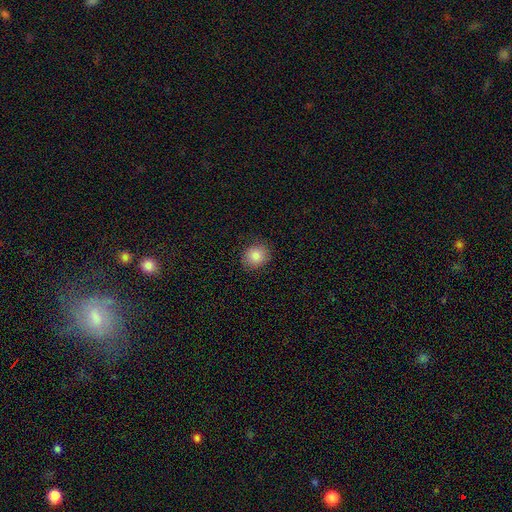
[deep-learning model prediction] Q: Smooth or featured?
A: smooth (85%); runner-up: star or artifact (9%)
Q: How rounded?
A: round (77%); runner-up: in between (22%)
Q: Merging?
A: none (87%); runner-up: minor disturbance (9%)